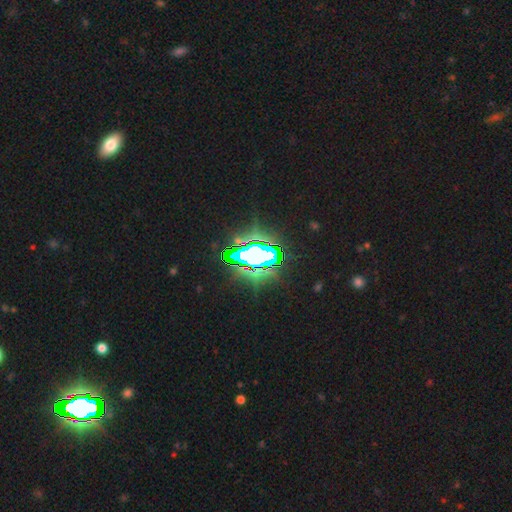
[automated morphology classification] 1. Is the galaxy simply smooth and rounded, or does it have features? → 74% star or artifact, 13% featured or disk, 13% smooth.